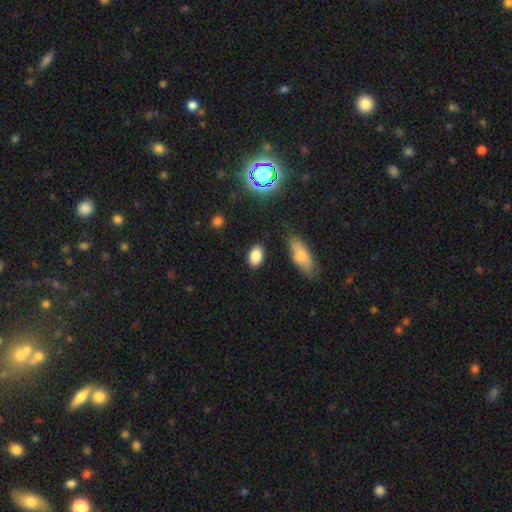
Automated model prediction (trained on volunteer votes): Smooth or featured? Predicted: smooth (p=0.83). How rounded? Predicted: in between (p=0.88). Merging? Predicted: none (p=0.85).